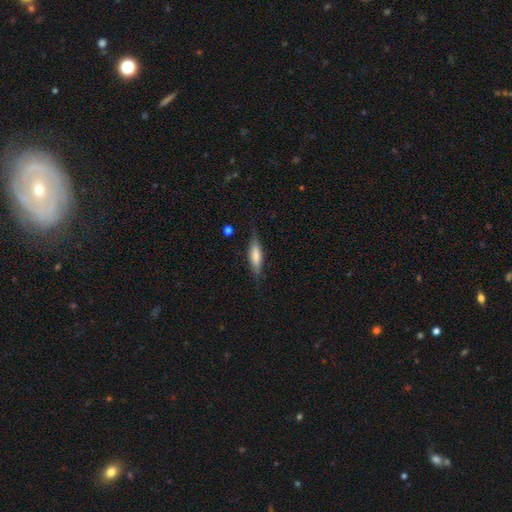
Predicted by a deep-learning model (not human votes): Smooth or featured? Predicted: smooth (p=0.64). How rounded? Predicted: cigar-shaped (p=0.64). Merging? Predicted: none (p=0.79).